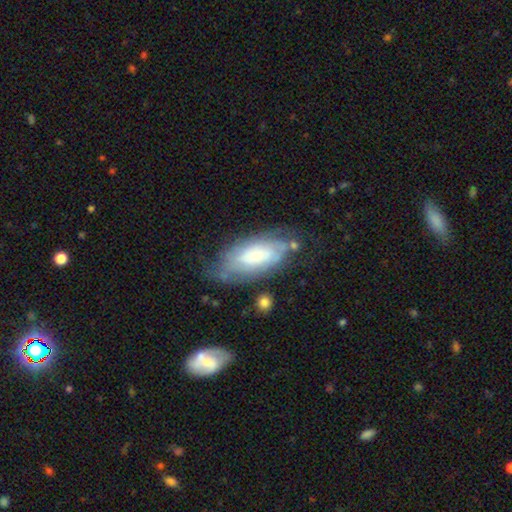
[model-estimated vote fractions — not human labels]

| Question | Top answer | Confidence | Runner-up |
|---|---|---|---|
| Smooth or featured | featured or disk | 50% | smooth (43%) |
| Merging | none | 55% | minor disturbance (27%) |